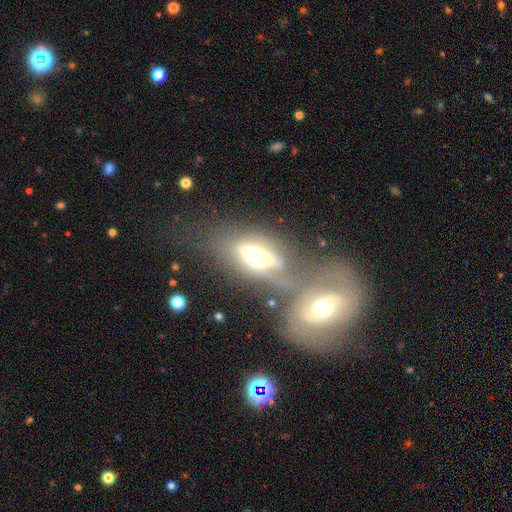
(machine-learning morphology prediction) Q: Smooth or featured?
A: featured or disk (56%); runner-up: smooth (35%)
Q: Edge-on disk?
A: no (54%); runner-up: yes (46%)
Q: Merging?
A: merger (56%); runner-up: none (22%)